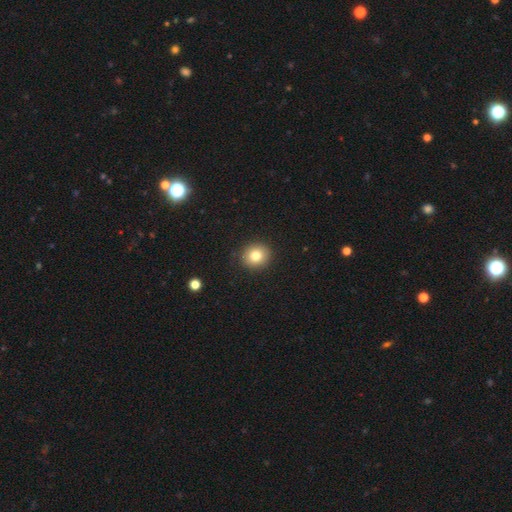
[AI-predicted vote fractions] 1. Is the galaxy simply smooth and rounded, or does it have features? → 81% smooth, 11% star or artifact, 9% featured or disk.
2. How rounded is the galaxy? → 84% round, 15% in between, 1% cigar-shaped.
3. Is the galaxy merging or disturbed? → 90% none, 7% minor disturbance, 2% major disturbance, 1% merger.